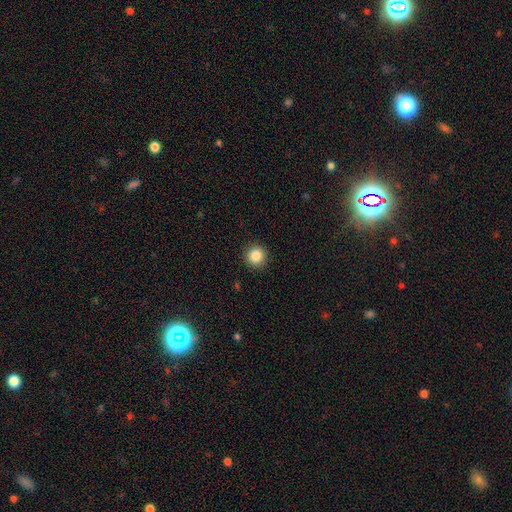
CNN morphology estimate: Smooth or featured? Predicted: smooth (p=0.86). How rounded? Predicted: round (p=0.94). Merging? Predicted: none (p=0.92).